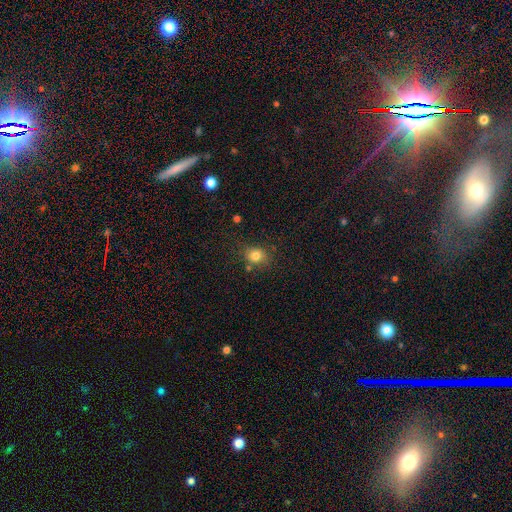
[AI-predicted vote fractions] Overall: smooth (79%). How rounded: round (64%; in between 35%). Merging: none (74%).